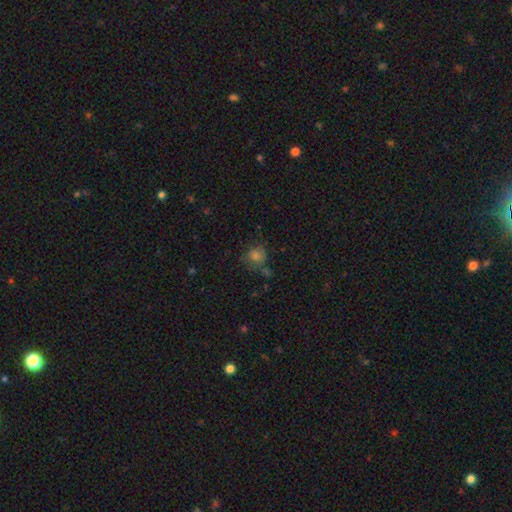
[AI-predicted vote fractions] Smooth or featured? smooth (71%)
How rounded? round (81%)
Merging? none (62%)